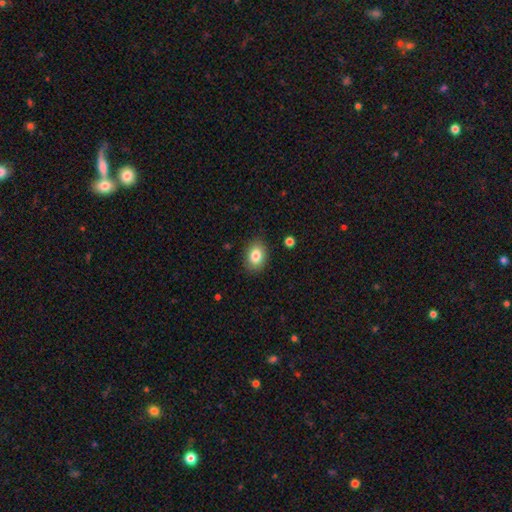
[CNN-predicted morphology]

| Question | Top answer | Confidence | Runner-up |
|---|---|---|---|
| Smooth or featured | smooth | 83% | star or artifact (8%) |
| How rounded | in between | 76% | round (23%) |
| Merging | none | 86% | minor disturbance (10%) |